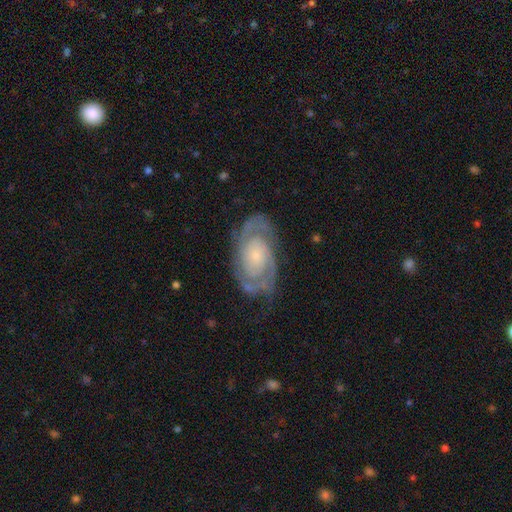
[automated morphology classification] A featured or disk galaxy (87%) with no bar (75%), 2 (73%) tight (63%) spiral arms (96%) and a small central bulge (75%).

Vote fractions:
- Smooth or featured? featured or disk: 87% / smooth: 8% / star or artifact: 5%
- Edge-on disk? no: 97% / yes: 3%
- Bar? no: 75% / weak: 19% / strong: 5%
- Spiral arms? yes: 96% / no: 4%
- Spiral winding? tight: 63% / medium: 30% / loose: 7%
- Spiral arm count? 2: 73% / can't tell: 12% / 3: 8% / 1: 3% / 4: 3% / more than 4: 2%
- Bulge size? small: 75% / moderate: 18% / none: 3% / large: 3% / dominant: 1%
- Merging? none: 73% / minor disturbance: 17% / major disturbance: 8% / merger: 1%